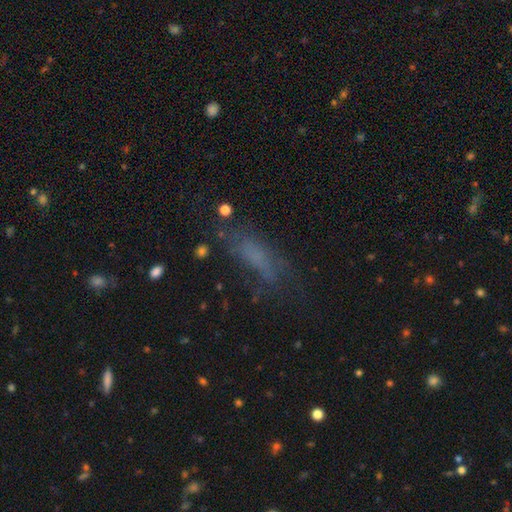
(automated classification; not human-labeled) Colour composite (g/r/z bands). It shows a smooth galaxy with no disk features (59%) that is in between round and cigar-shaped (50%). Merging: none (57%).